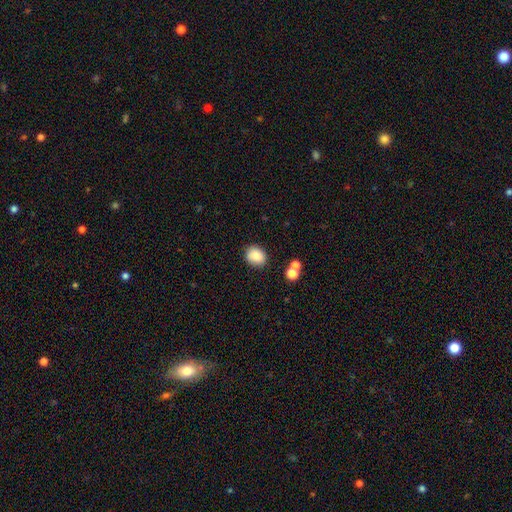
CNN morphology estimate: This is clearly a smooth galaxy (85%). How rounded: possibly round (57%). Merging: clearly none (83%).